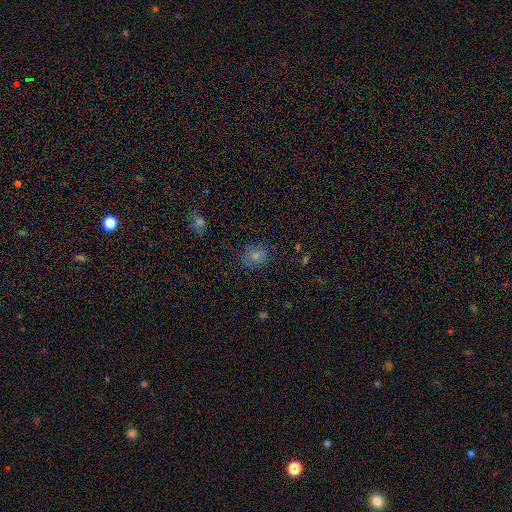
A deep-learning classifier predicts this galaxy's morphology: smooth_or_featured: smooth (p=0.79) [alt: star or artifact p=0.15]
how_rounded: round (p=0.57) [alt: in between p=0.42]
merging: none (p=0.81) [alt: minor disturbance p=0.13]